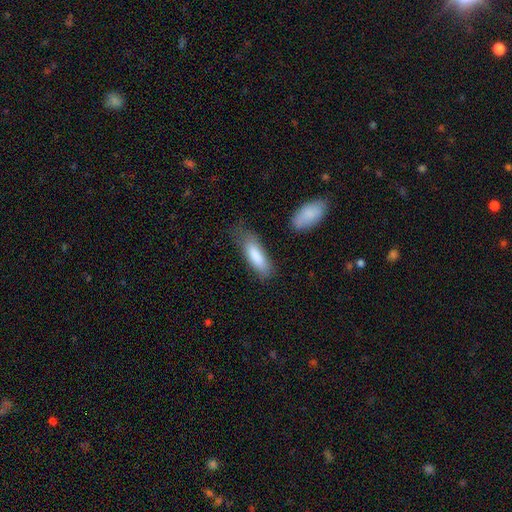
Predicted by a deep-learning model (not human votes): smooth-or-featured: smooth: 83% | featured or disk: 11% | star or artifact: 6%
  how-rounded: cigar-shaped: 50% | in between: 48% | round: 2%
  merging: none: 63% | minor disturbance: 25% | major disturbance: 8% | merger: 4%